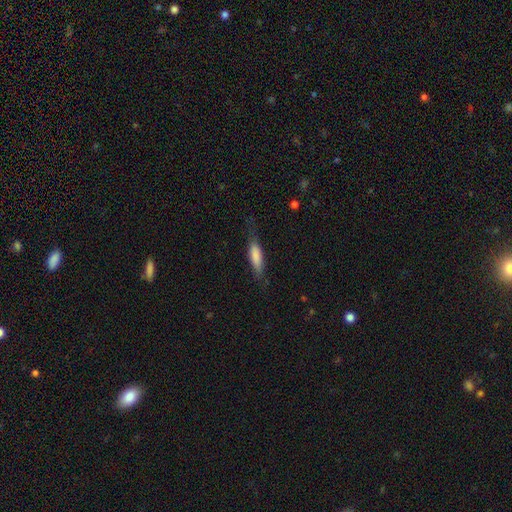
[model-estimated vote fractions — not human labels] This is likely a smooth galaxy (74%). How rounded: likely cigar-shaped (63%). Merging: likely none (67%).